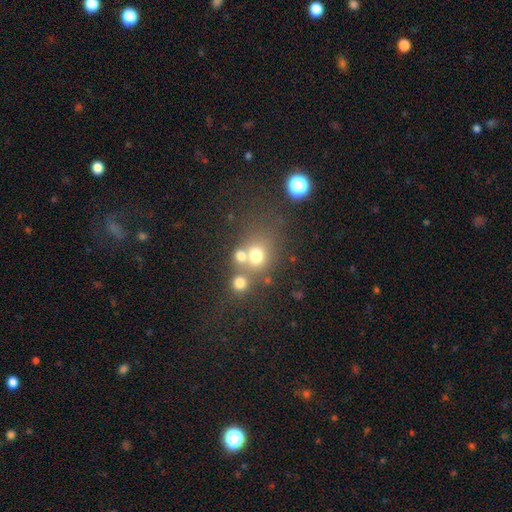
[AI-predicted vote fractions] A smooth galaxy with no disk features (69%) that is round (75%).

Vote fractions:
- Smooth or featured? smooth: 69% / star or artifact: 18% / featured or disk: 13%
- How rounded? round: 75% / in between: 24% / cigar-shaped: 1%
- Merging? none: 48% / merger: 36% / minor disturbance: 10% / major disturbance: 6%